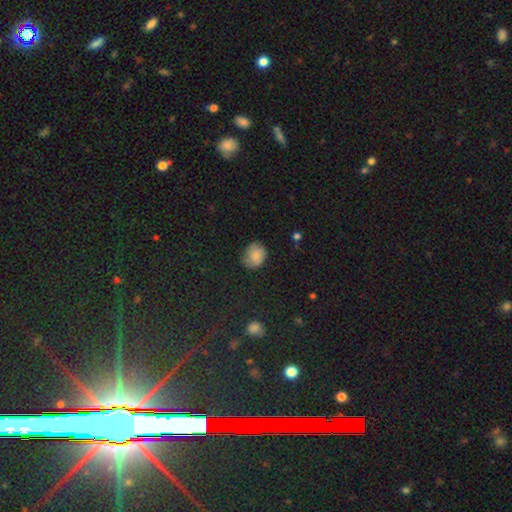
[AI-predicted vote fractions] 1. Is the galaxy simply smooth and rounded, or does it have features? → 80% smooth, 11% featured or disk, 9% star or artifact.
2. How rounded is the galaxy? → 66% round, 33% in between, 1% cigar-shaped.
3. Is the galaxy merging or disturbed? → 72% none, 22% minor disturbance, 5% major disturbance, 1% merger.